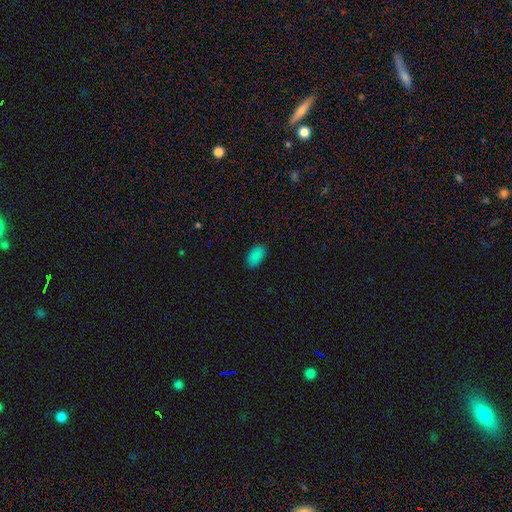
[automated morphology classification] smooth 86%, star or artifact 11%, featured or disk 3%. Down the decision tree: how rounded — in between (94%); merging — none (87%).